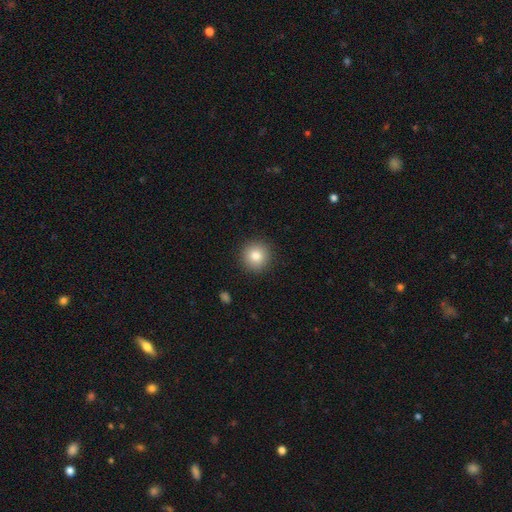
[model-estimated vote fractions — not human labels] A smooth galaxy with no disk features (82%) that is round (94%).

Vote fractions:
- Smooth or featured? smooth: 82% / star or artifact: 10% / featured or disk: 8%
- How rounded? round: 94% / in between: 5% / cigar-shaped: 1%
- Merging? none: 91% / minor disturbance: 6% / major disturbance: 2% / merger: 1%